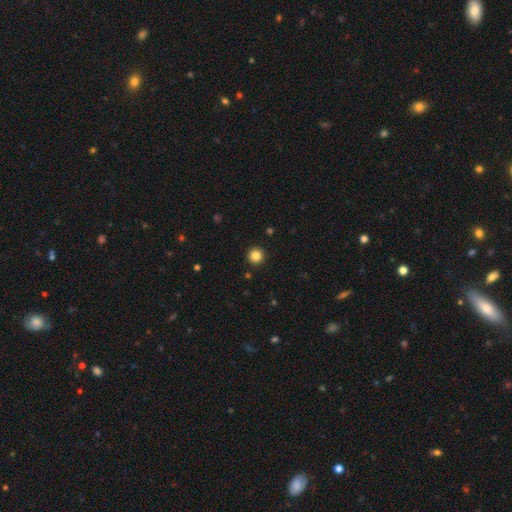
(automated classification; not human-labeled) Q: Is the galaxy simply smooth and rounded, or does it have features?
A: smooth — 85%.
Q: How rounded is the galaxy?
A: round — 96%.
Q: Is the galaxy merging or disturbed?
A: none — 93%.